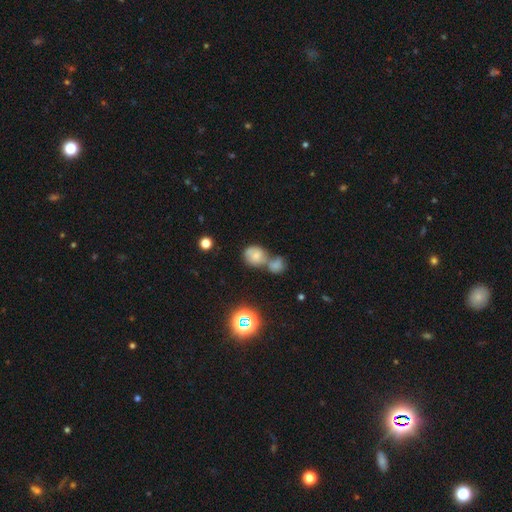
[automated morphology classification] A smooth galaxy with no disk features (66%) that is round (68%).

Vote fractions:
- Smooth or featured? smooth: 66% / star or artifact: 17% / featured or disk: 17%
- How rounded? round: 68% / in between: 30% / cigar-shaped: 1%
- Merging? merger: 58% / none: 28% / minor disturbance: 9% / major disturbance: 5%